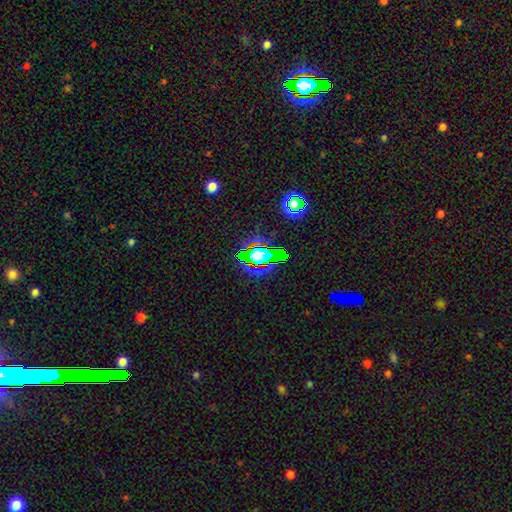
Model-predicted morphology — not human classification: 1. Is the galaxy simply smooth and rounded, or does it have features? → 57% star or artifact, 27% smooth, 16% featured or disk.